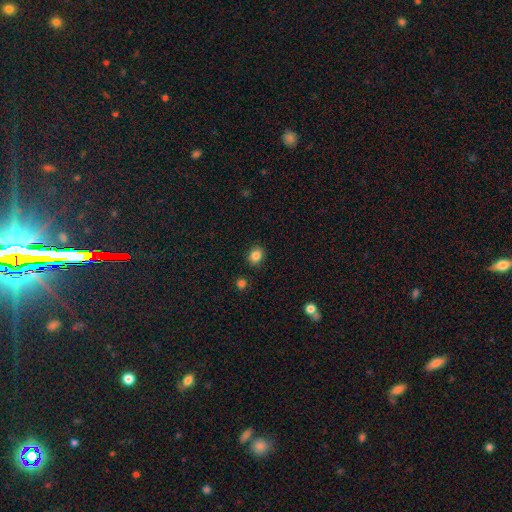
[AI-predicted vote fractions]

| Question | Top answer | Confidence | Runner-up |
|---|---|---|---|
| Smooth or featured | smooth | 85% | star or artifact (11%) |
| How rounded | round | 58% | in between (41%) |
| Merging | none | 87% | minor disturbance (8%) |